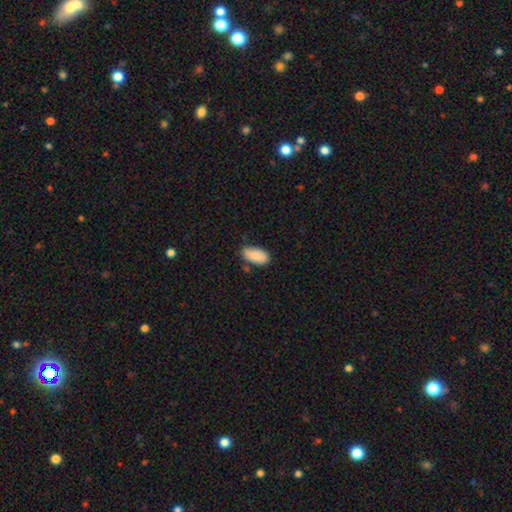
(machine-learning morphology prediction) Overall: smooth (87%). How rounded: in between (94%). Merging: none (67%).